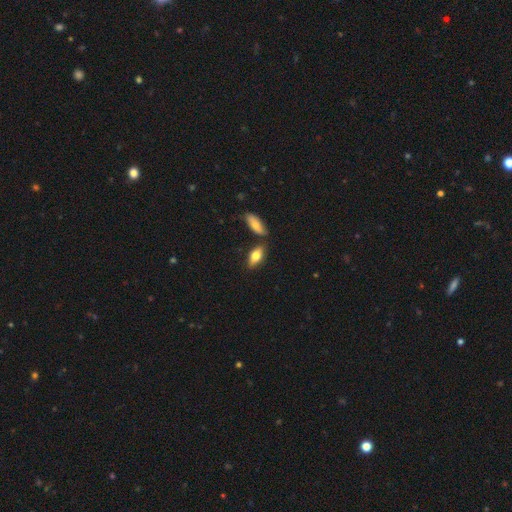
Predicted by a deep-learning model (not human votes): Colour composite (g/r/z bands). It shows a smooth galaxy with no disk features (73%) that is in between round and cigar-shaped (82%). Merging: none (74%).